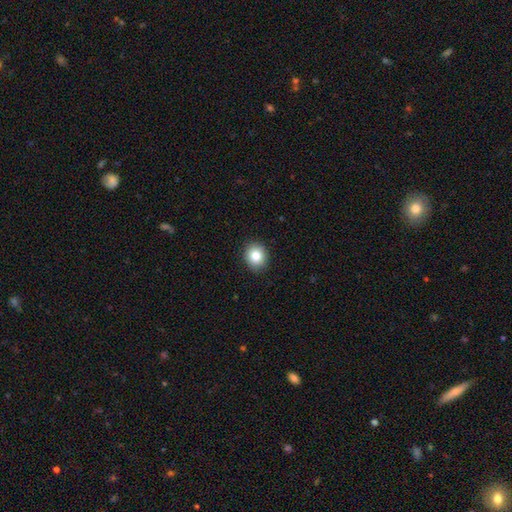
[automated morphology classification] Q: Smooth or featured?
A: smooth (82%); runner-up: star or artifact (10%)
Q: How rounded?
A: round (76%); runner-up: in between (23%)
Q: Merging?
A: none (91%); runner-up: minor disturbance (7%)